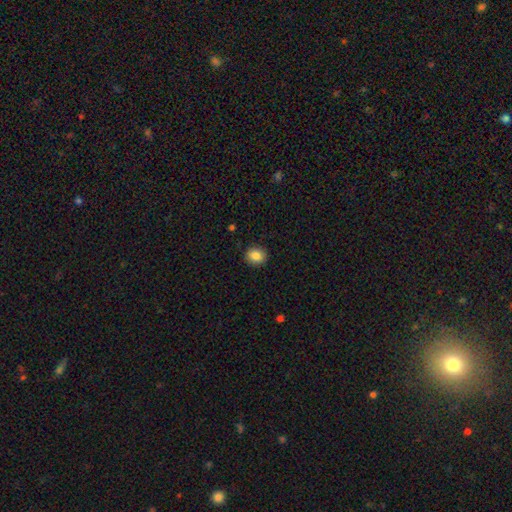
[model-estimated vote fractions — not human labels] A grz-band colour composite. It shows a smooth galaxy with no disk features (86%) that is round (77%). Merging: none (90%).